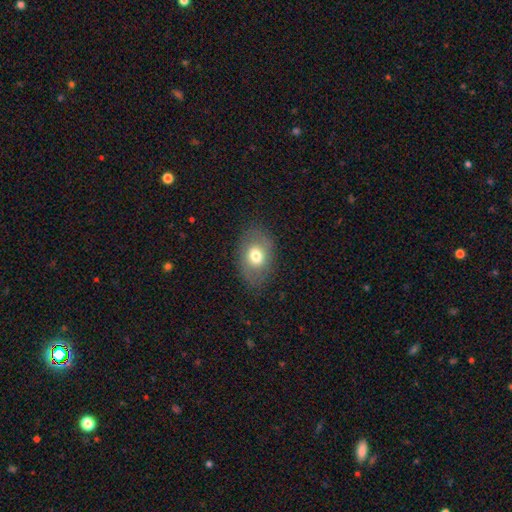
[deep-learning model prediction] The model was most divided on "smooth or featured": smooth: 67%, featured or disk: 24%, star or artifact: 9%. More confident: merging — none (80%); how rounded — in between (79%).